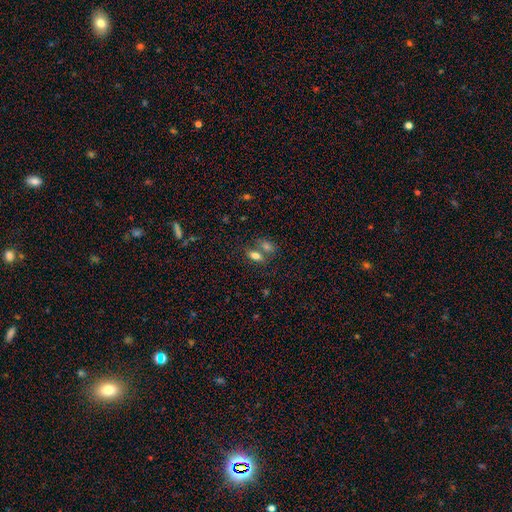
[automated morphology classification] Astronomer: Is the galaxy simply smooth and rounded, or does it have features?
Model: smooth — 75%.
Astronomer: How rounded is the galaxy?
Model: in between — 82%.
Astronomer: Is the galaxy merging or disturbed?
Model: none — 47% (runner-up: merger, 39%).